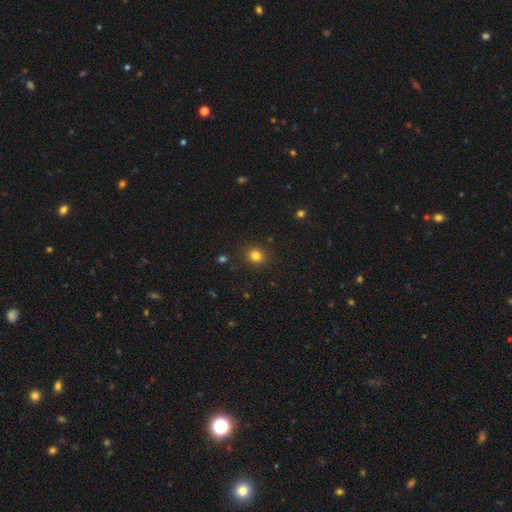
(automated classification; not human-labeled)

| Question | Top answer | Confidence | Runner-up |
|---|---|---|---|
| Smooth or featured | smooth | 82% | star or artifact (13%) |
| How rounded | round | 81% | in between (18%) |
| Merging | none | 89% | minor disturbance (7%) |